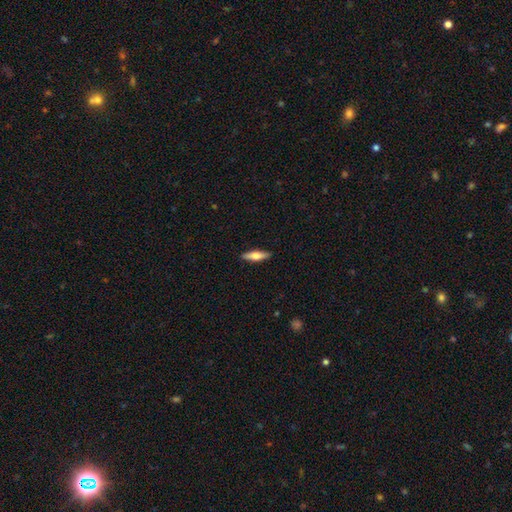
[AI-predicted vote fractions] Overall: smooth (58%; featured or disk 37%). How rounded: cigar-shaped (68%; in between 30%). Merging: none (90%).